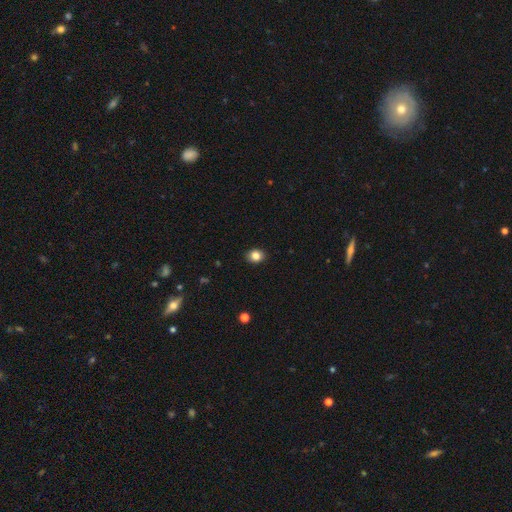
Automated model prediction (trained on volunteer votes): smooth_or_featured: smooth (p=0.84) [alt: star or artifact p=0.10]
how_rounded: round (p=0.54) [alt: in between p=0.45]
merging: none (p=0.90) [alt: minor disturbance p=0.07]